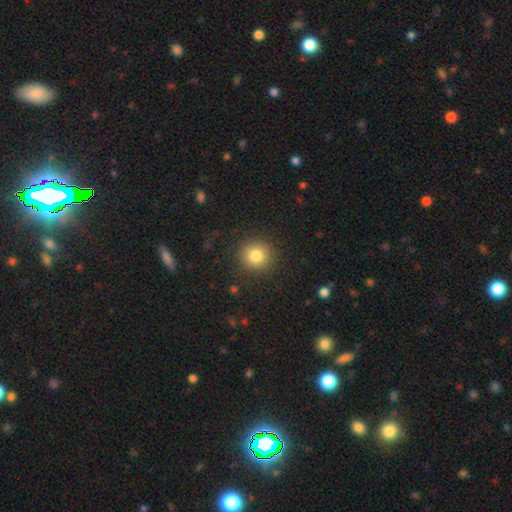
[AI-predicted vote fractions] A smooth galaxy with no disk features (82%) that is round (92%).

Vote fractions:
- Smooth or featured? smooth: 82% / star or artifact: 11% / featured or disk: 7%
- How rounded? round: 92% / in between: 7% / cigar-shaped: 1%
- Merging? none: 89% / minor disturbance: 7% / major disturbance: 3% / merger: 1%